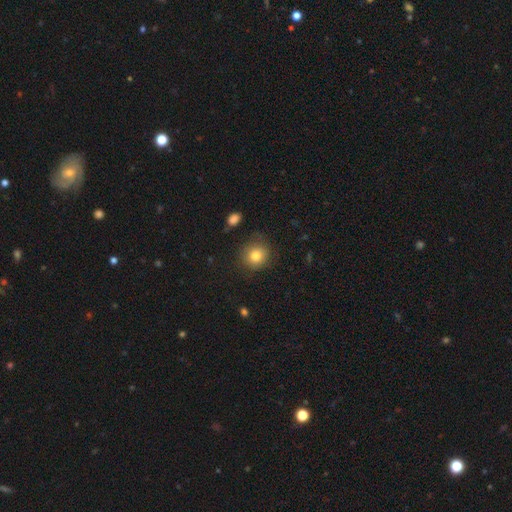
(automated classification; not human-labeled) Q: Smooth or featured?
A: smooth (80%); runner-up: star or artifact (11%)
Q: How rounded?
A: round (87%); runner-up: in between (12%)
Q: Merging?
A: none (83%); runner-up: minor disturbance (12%)